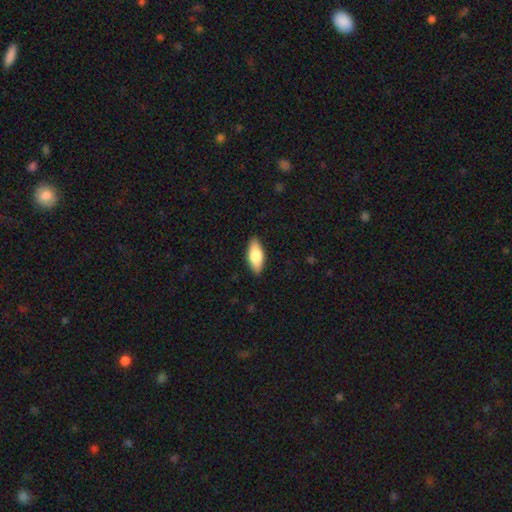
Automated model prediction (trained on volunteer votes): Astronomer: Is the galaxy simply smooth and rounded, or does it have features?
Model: smooth — 74%.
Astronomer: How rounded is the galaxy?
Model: in between — 79%.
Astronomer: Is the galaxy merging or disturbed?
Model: none — 88%.